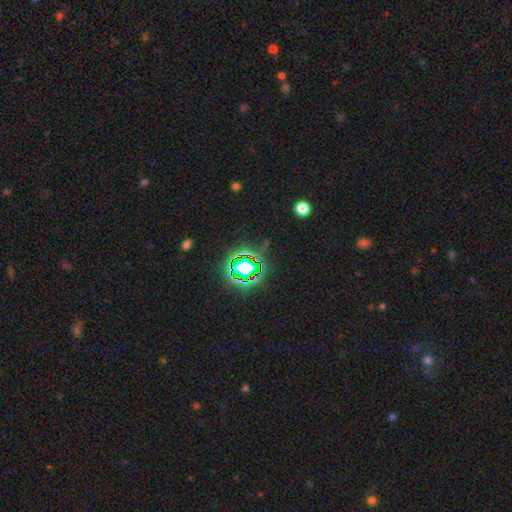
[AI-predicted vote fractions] smooth_or_featured: star or artifact (p=0.81) [alt: smooth p=0.12]